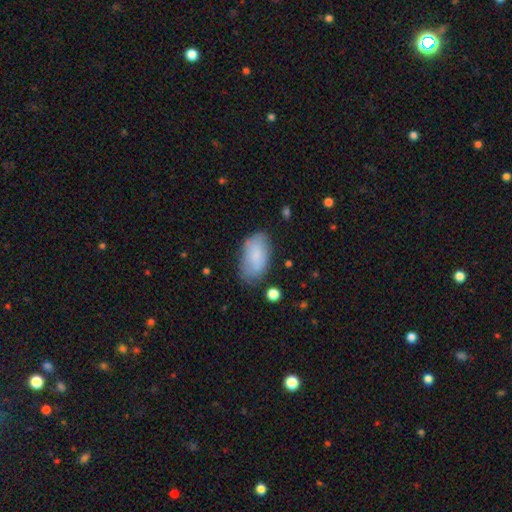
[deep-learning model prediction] smooth_or_featured: smooth (p=0.77) [alt: featured or disk p=0.17]
how_rounded: in between (p=0.94) [alt: round p=0.04]
merging: none (p=0.67) [alt: minor disturbance p=0.24]